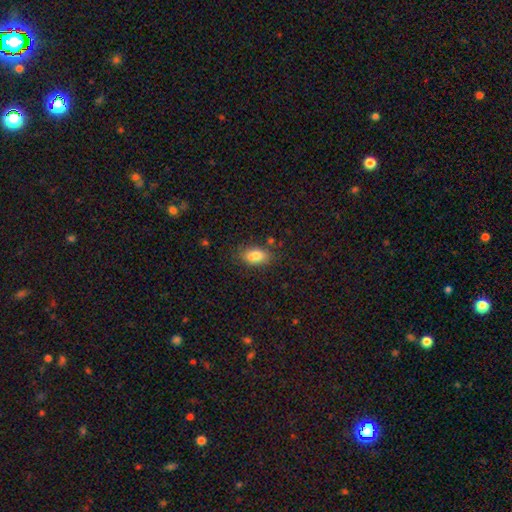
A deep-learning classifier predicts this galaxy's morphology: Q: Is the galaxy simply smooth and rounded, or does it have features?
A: smooth — 81%.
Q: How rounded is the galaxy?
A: in between — 86%.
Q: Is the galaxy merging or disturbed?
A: none — 74%.